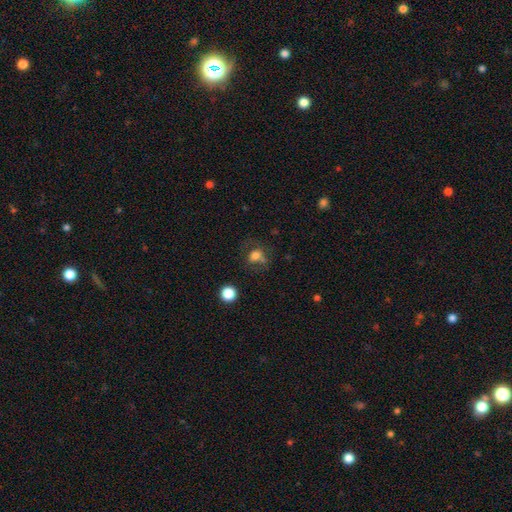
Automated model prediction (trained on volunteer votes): Smooth or featured? smooth (69%)
How rounded? round (59%)
Merging? none (52%)